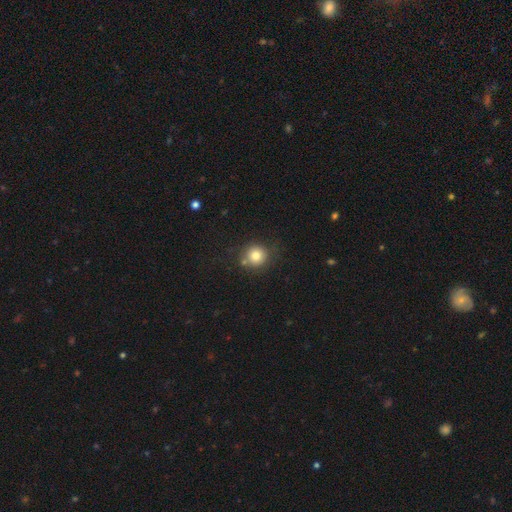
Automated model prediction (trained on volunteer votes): smooth-or-featured: smooth: 80% | star or artifact: 11% | featured or disk: 9%
  how-rounded: round: 92% | in between: 7% | cigar-shaped: 1%
  merging: none: 76% | minor disturbance: 12% | merger: 8% | major disturbance: 4%